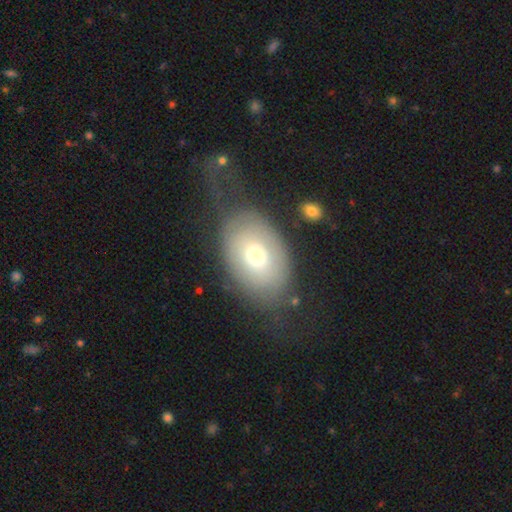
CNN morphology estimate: This appears to be a smooth galaxy with no disk features (57%) that is in between round and cigar-shaped (81%). Merging: none (44%).